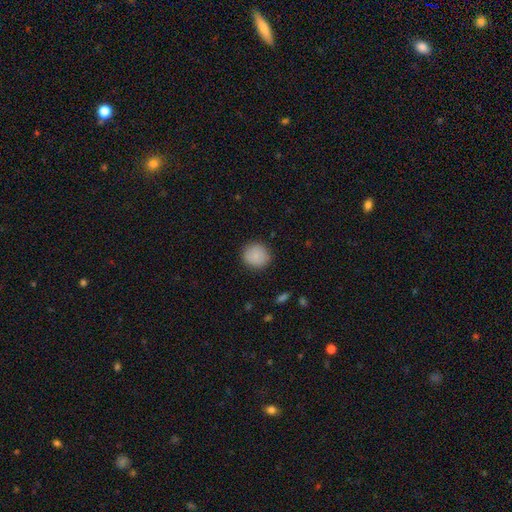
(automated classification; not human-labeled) Morphology: type=smooth (87%); roundness=round (89%); merging=none (88%).